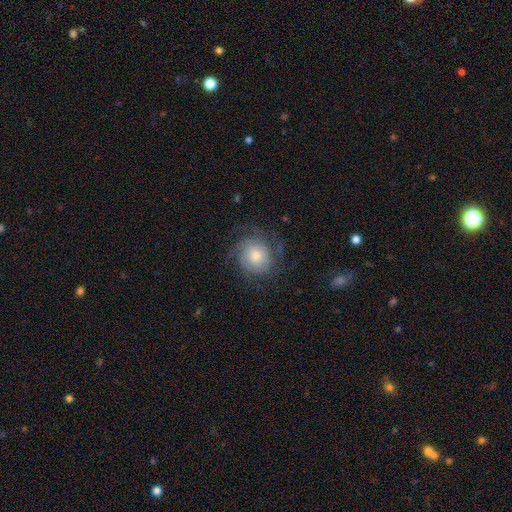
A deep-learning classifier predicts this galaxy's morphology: This appears to be a featured or disk galaxy (66%) with no bar (81%), tight (58%) spiral arms (91%) and a moderate central bulge (53%). Merging: none (70%).